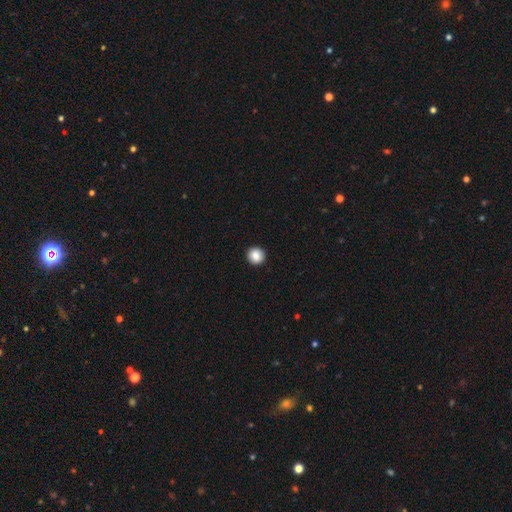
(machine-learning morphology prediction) Smooth or featured?
  - smooth: 86% *
  - star or artifact: 9%
  - featured or disk: 5%
How rounded?
  - round: 92% *
  - in between: 7%
  - cigar-shaped: 1%
Merging?
  - none: 93% *
  - minor disturbance: 5%
  - major disturbance: 1%
  - merger: 1%